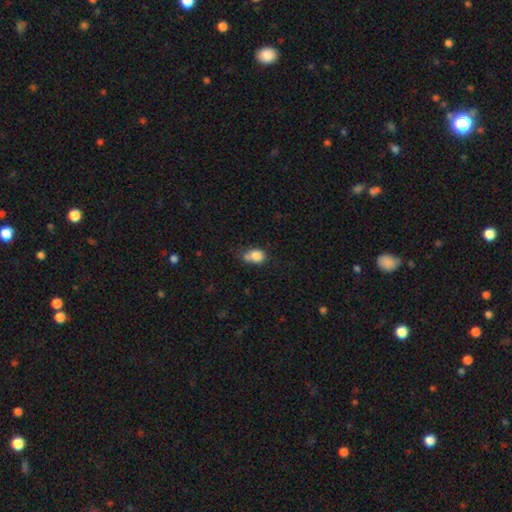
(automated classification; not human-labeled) smooth 80%, star or artifact 10%, featured or disk 10%. Down the decision tree: how rounded — in between (49%, tied with round); merging — none (40%).